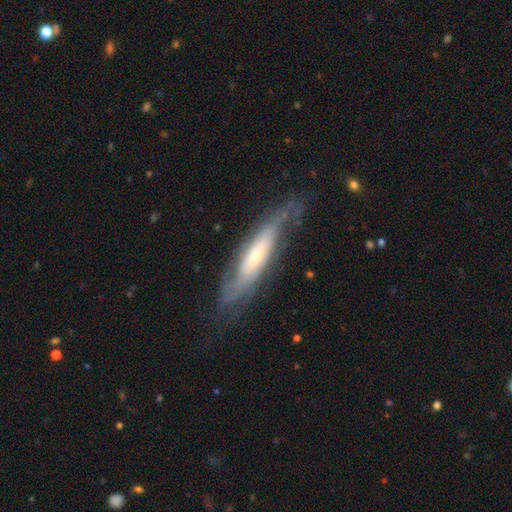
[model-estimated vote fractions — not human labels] Smooth or featured? Predicted: featured or disk (p=0.70). Edge-on disk? Predicted: no (p=0.56). Merging? Predicted: none (p=0.66).